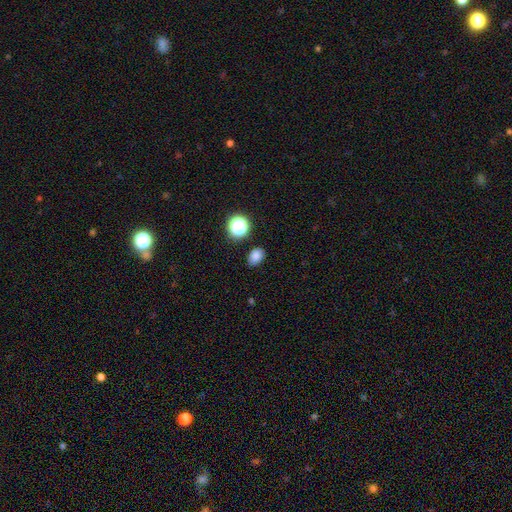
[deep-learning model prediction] smooth_or_featured: smooth (p=0.81) [alt: star or artifact p=0.14]
how_rounded: in between (p=0.72) [alt: round p=0.27]
merging: none (p=0.85) [alt: minor disturbance p=0.10]